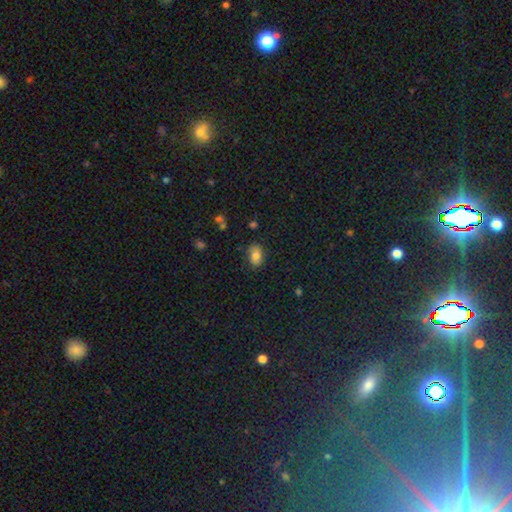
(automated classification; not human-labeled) This is likely a smooth galaxy (78%). How rounded: clearly in between (84%). Merging: likely none (79%).